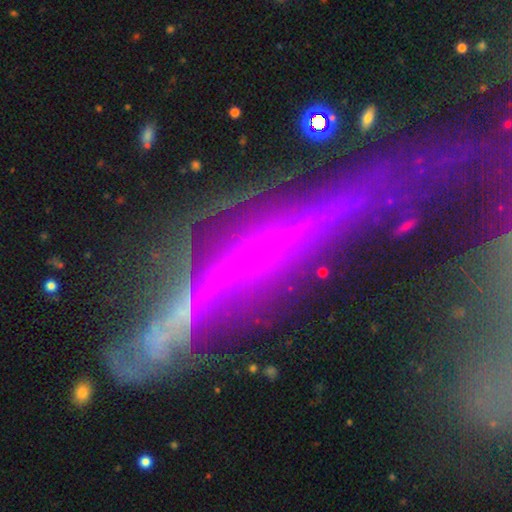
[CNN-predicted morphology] Smooth or featured? Predicted: featured or disk (p=0.73). Edge-on disk? Predicted: yes (p=0.75). Edge-on bulge? Predicted: none (p=0.48). Merging? Predicted: none (p=0.53).